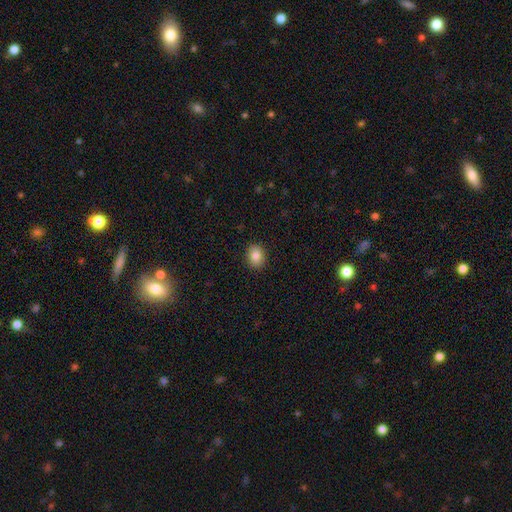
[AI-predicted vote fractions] This appears to be a smooth galaxy with no disk features (84%) that is in between round and cigar-shaped (50%). Merging: none (90%).